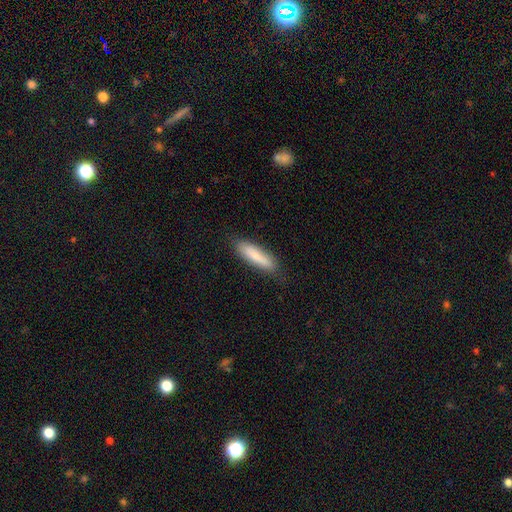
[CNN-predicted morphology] Smooth or featured? Predicted: smooth (p=0.78). How rounded? Predicted: cigar-shaped (p=0.69). Merging? Predicted: none (p=0.81).